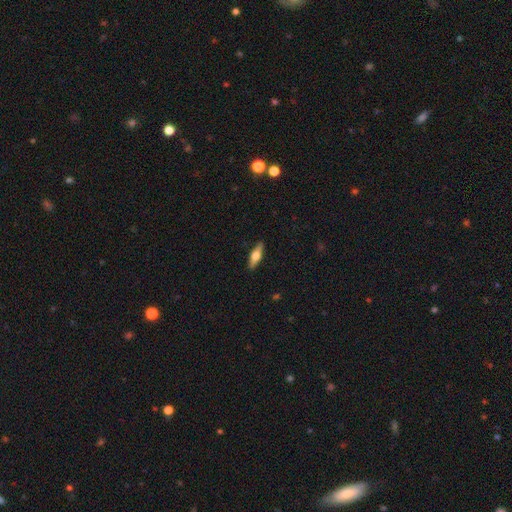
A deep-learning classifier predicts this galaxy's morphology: A featured or disk galaxy (47%, tied with smooth).

Vote fractions:
- Smooth or featured? featured or disk: 47% (tied) / smooth: 47% (tied) / star or artifact: 6%
- Merging? none: 90% / minor disturbance: 7% / major disturbance: 2% / merger: 1%